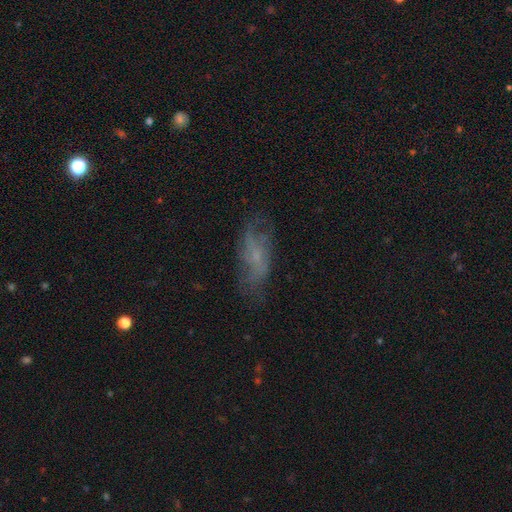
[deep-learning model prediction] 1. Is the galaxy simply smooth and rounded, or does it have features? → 50% featured or disk, 38% smooth, 12% star or artifact.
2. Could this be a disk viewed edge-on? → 88% no, 12% yes.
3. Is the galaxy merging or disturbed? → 59% none, 24% minor disturbance, 15% major disturbance, 2% merger.